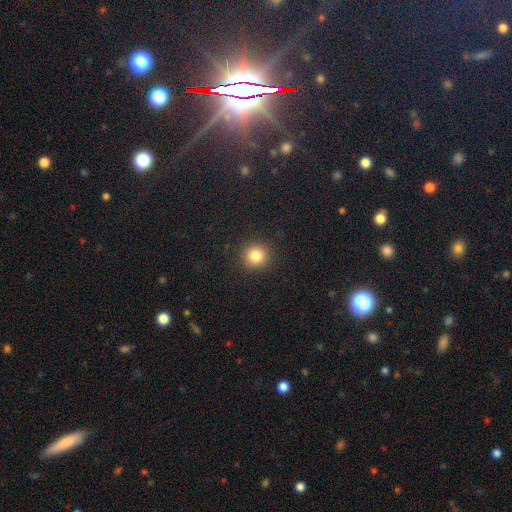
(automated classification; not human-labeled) Smooth or featured: smooth — 83% (star or artifact — 12%)
How rounded: round — 92% (in between — 7%)
Merging: none — 91% (minor disturbance — 6%)